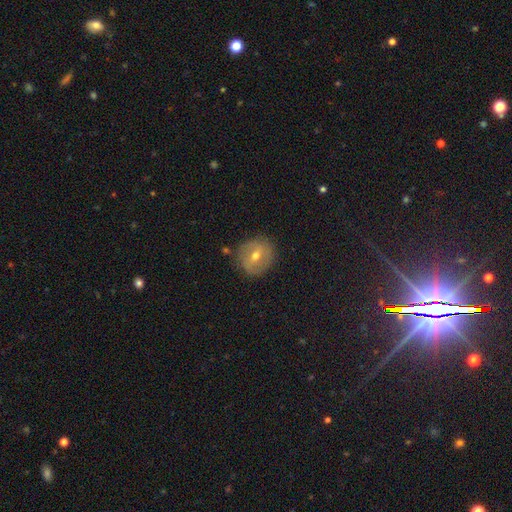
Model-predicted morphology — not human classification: This is possibly a featured or disk galaxy (48%). Merging: clearly none (83%).